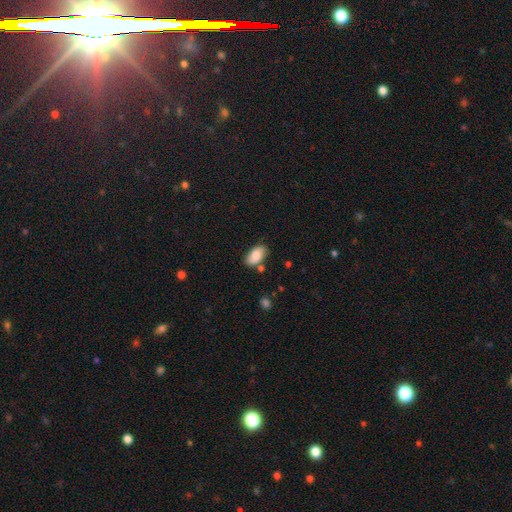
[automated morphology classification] smooth 77%, featured or disk 15%, star or artifact 8%. Down the decision tree: how rounded — in between (93%); merging — none (68%).